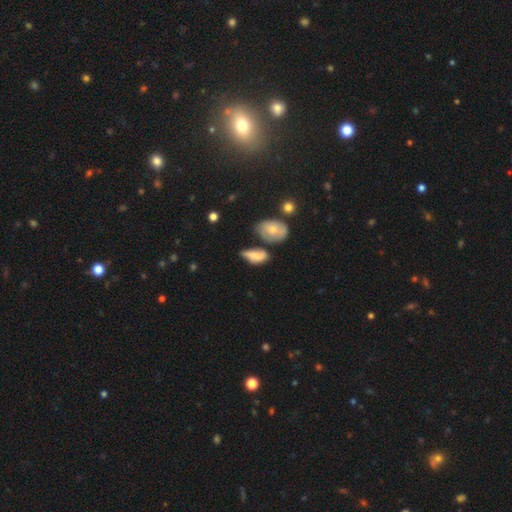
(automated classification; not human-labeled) The model was most divided on "merging": none: 36%, minor disturbance: 31%, merger: 17%, major disturbance: 15%. More confident: how rounded — in between (81%); smooth or featured — smooth (71%).